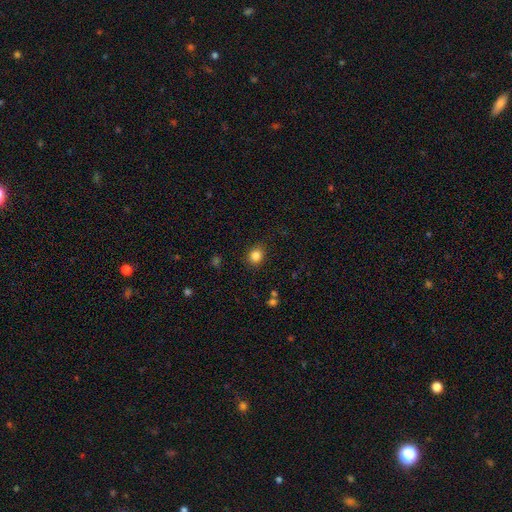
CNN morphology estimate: This appears to be a smooth galaxy with no disk features (85%) that is round (70%). Merging: none (86%).